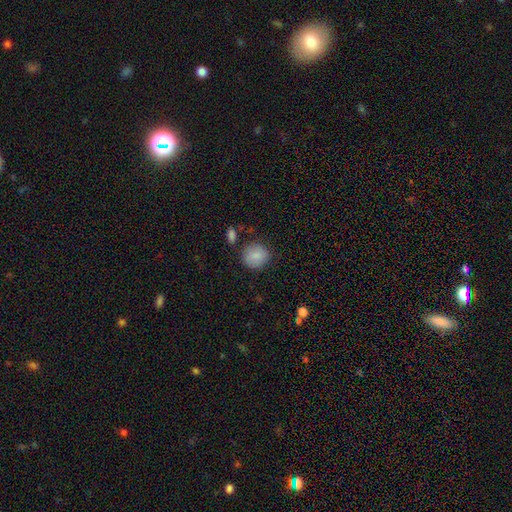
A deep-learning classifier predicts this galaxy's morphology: smooth 85%, star or artifact 8%, featured or disk 7%. Down the decision tree: how rounded — round (84%); merging — none (78%).